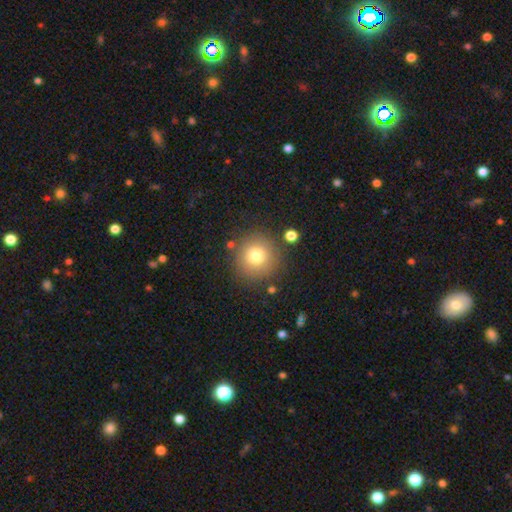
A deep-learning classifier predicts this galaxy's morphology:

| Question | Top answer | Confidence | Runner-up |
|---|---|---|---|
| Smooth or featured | smooth | 77% | star or artifact (12%) |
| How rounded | round | 95% | in between (4%) |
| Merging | none | 84% | minor disturbance (9%) |